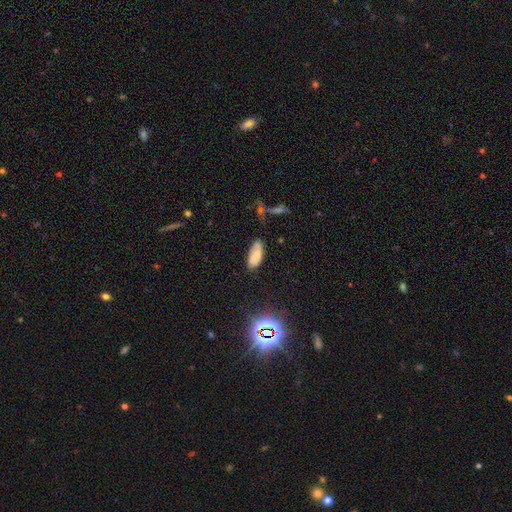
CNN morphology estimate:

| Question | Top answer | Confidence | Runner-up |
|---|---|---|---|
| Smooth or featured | smooth | 68% | featured or disk (21%) |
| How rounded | in between | 85% | cigar-shaped (13%) |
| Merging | none | 71% | minor disturbance (21%) |